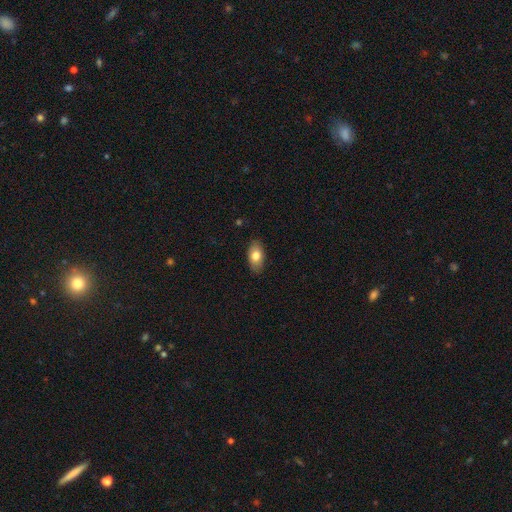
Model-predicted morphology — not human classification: Smooth or featured? smooth (78%)
How rounded? in between (92%)
Merging? none (87%)